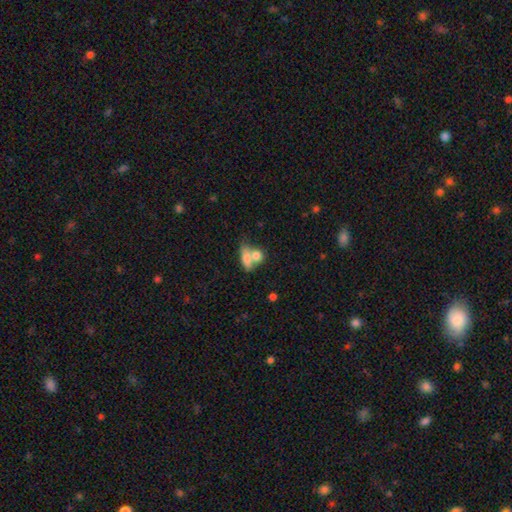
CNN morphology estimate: type=smooth (76%); roundness=in between (57%); merging=merger (59%).